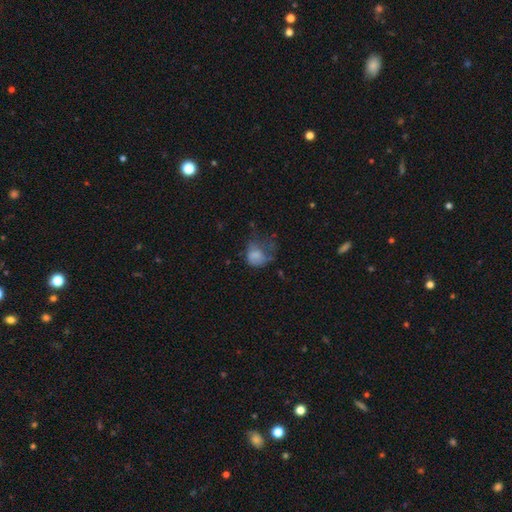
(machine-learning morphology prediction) This is likely a smooth galaxy (68%). How rounded: possibly round (51%). Merging: possibly major disturbance (45%).